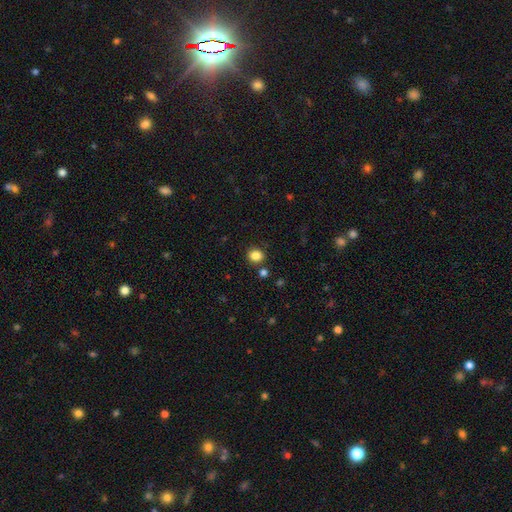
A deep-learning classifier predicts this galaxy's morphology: The model was most divided on "how rounded": round: 75%, in between: 24%, cigar-shaped: 1%. More confident: smooth or featured — smooth (85%); merging — none (84%).